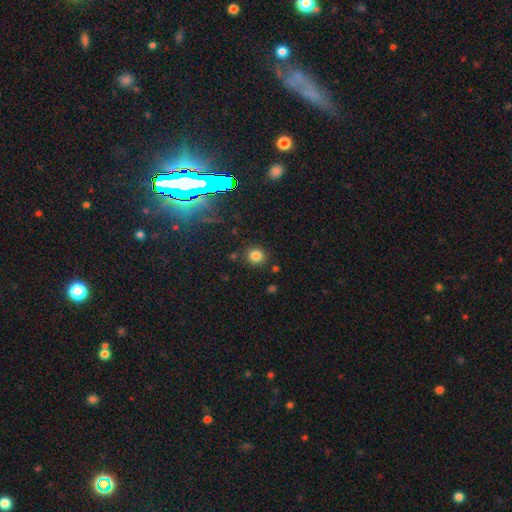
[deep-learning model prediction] Morphology: type=smooth (80%); roundness=round (88%); merging=none (86%).